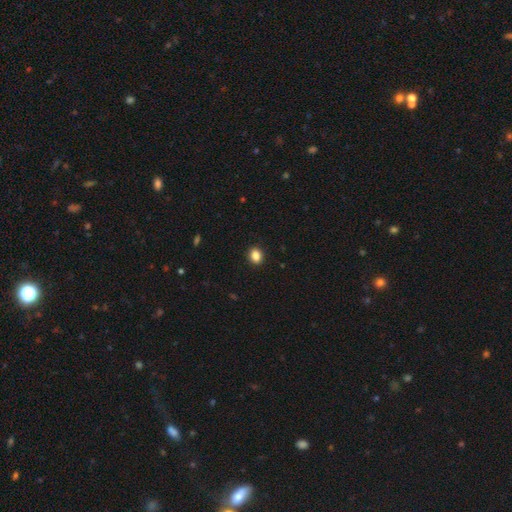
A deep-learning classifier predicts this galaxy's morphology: smooth 87%, star or artifact 10%, featured or disk 4%. Down the decision tree: how rounded — round (51%); merging — none (91%).